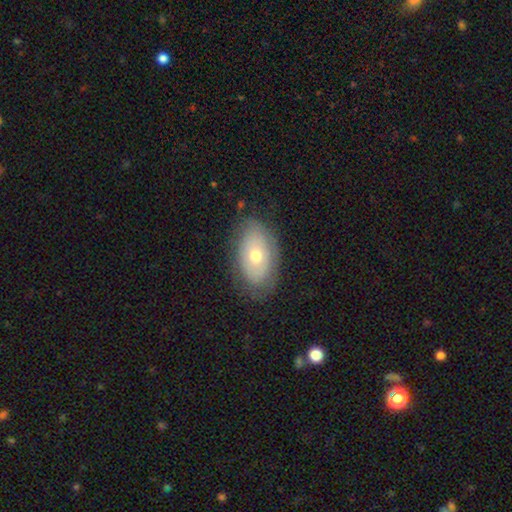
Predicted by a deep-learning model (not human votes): smooth_or_featured: smooth (p=0.56) [alt: featured or disk p=0.36]
how_rounded: in between (p=0.91) [alt: round p=0.07]
merging: none (p=0.77) [alt: minor disturbance p=0.17]